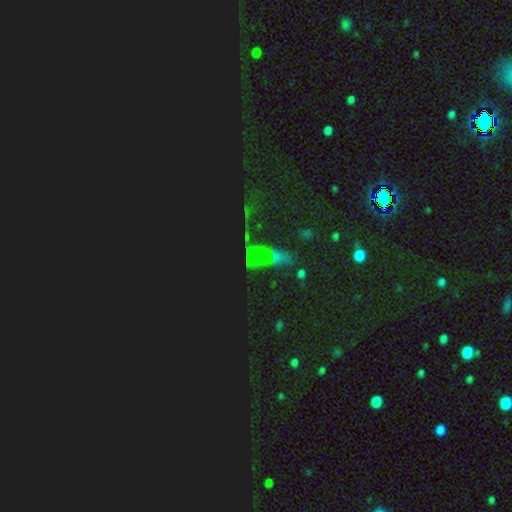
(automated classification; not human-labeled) star or artifact 63%, smooth 24%, featured or disk 13%.